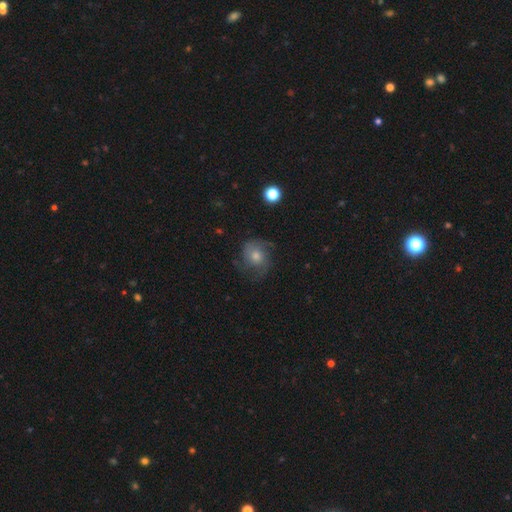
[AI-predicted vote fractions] featured or disk 62%, smooth 25%, star or artifact 12%. Down the decision tree: edge-on disk — no (97%); bar — no (77%); spiral arms — yes (90%); spiral arm count — 2 (42%); spiral winding — medium (46%); bulge size — moderate (63%); merging — none (68%).